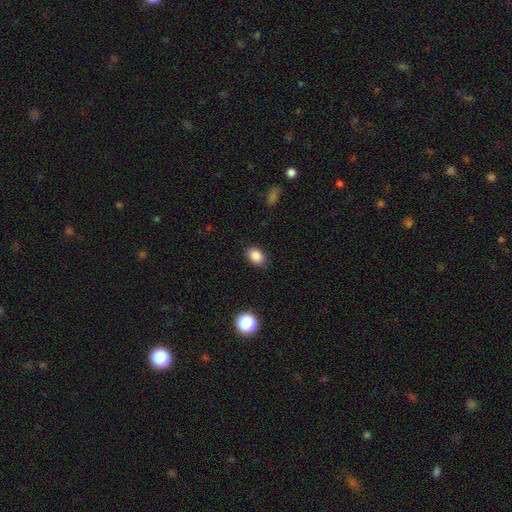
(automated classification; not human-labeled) The model was most divided on "how rounded": in between: 81%, round: 18%, cigar-shaped: 1%. More confident: smooth or featured — smooth (86%); merging — none (84%).